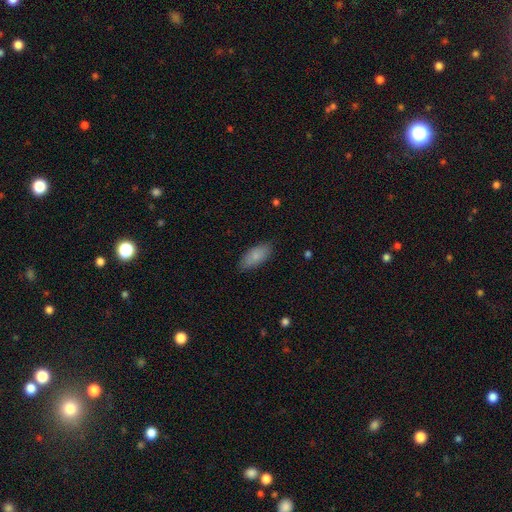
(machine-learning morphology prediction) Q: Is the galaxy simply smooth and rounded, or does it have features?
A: smooth — 85%.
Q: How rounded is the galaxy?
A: in between — 86%.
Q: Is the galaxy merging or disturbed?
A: none — 84%.